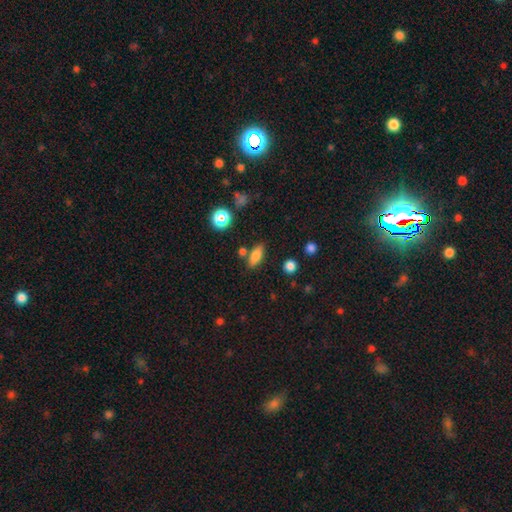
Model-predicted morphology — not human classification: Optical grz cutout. It shows a smooth galaxy with no disk features (81%) that is in between round and cigar-shaped (73%). Merging: none (77%).